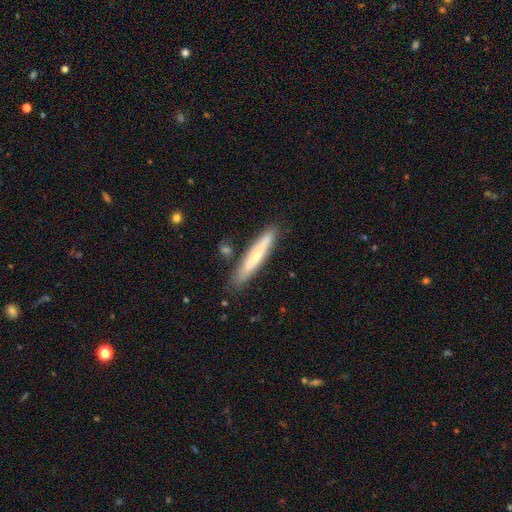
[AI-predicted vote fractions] Smooth or featured? Predicted: smooth (p=0.53). How rounded? Predicted: cigar-shaped (p=0.92). Merging? Predicted: none (p=0.84).